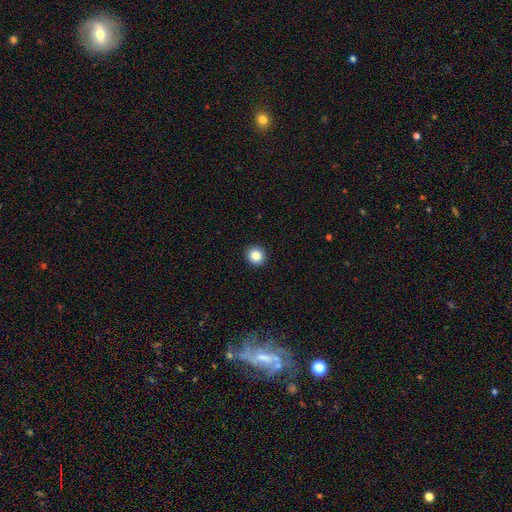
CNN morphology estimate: A smooth galaxy with no disk features (87%) that is round (85%).

Vote fractions:
- Smooth or featured? smooth: 87% / star or artifact: 10% / featured or disk: 4%
- How rounded? round: 85% / in between: 14% / cigar-shaped: 1%
- Merging? none: 93% / minor disturbance: 5% / major disturbance: 2% / merger: 1%